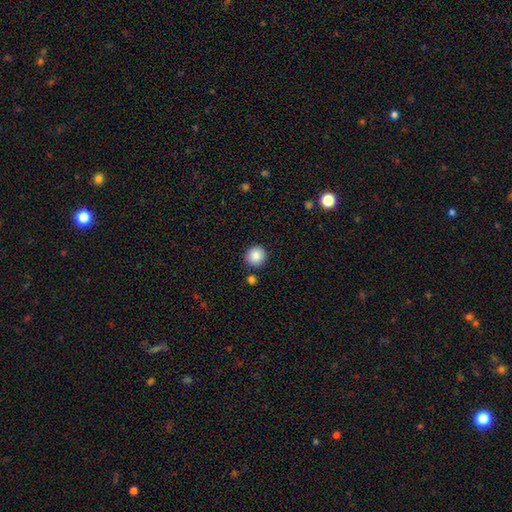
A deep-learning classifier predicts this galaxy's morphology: Overall: smooth (88%). How rounded: round (93%). Merging: none (87%).